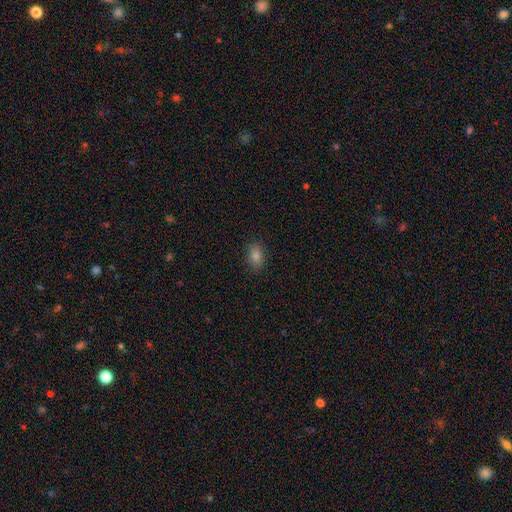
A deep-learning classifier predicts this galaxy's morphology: Smooth or featured?
  - smooth: 79% *
  - star or artifact: 13%
  - featured or disk: 8%
How rounded?
  - in between: 83% *
  - round: 15%
  - cigar-shaped: 2%
Merging?
  - none: 87% *
  - minor disturbance: 10%
  - major disturbance: 2%
  - merger: 1%